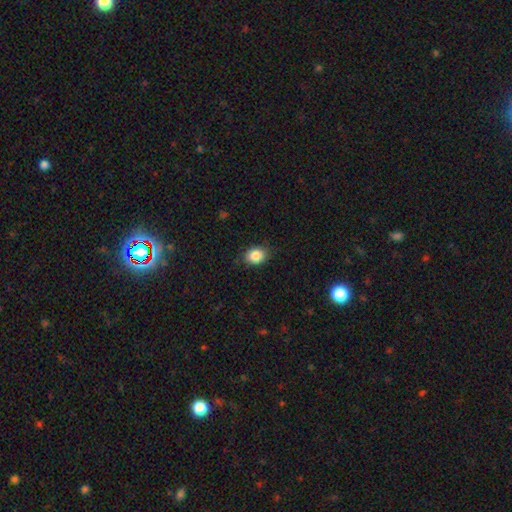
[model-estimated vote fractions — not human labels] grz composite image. It shows a smooth galaxy with no disk features (86%) that is in between round and cigar-shaped (57%). Merging: none (83%).